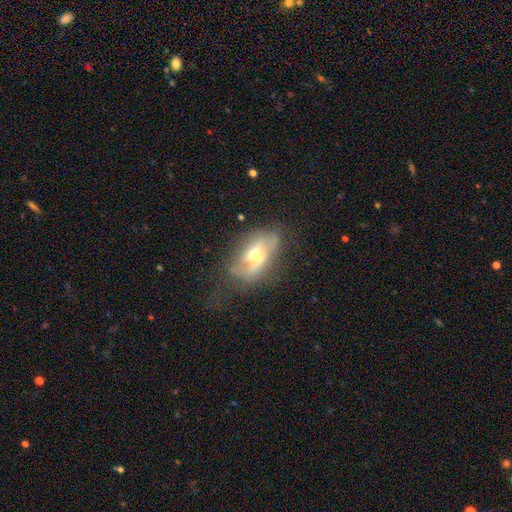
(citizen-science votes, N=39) smooth_or_featured: featured or disk (p=0.74) [alt: smooth p=0.23]
disk_edge_on: no (p=0.83) [alt: yes p=0.17]
bar: no (p=0.79) [alt: strong p=0.12]
has_spiral_arms: no (p=0.75) [alt: yes p=0.25]
bulge_size: moderate (p=0.62) [alt: small p=0.29]
merging: none (p=0.45) [alt: minor disturbance p=0.26]